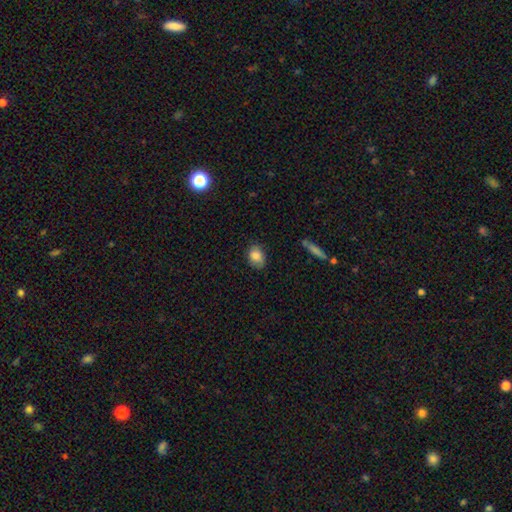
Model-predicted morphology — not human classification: This is clearly a smooth galaxy (82%). How rounded: likely in between (73%). Merging: likely none (79%).